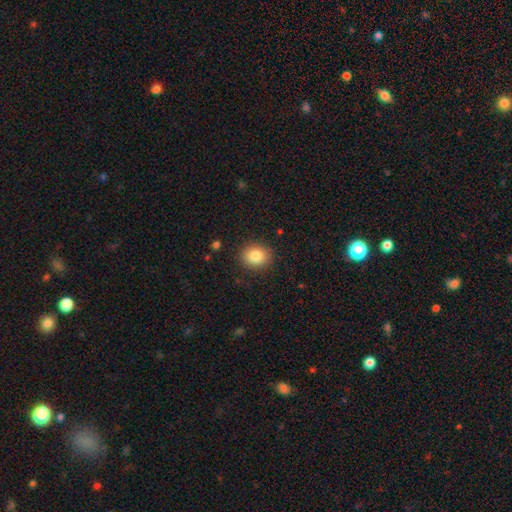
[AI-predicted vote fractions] Smooth or featured: smooth — 84% (star or artifact — 9%)
How rounded: round — 62% (in between — 37%)
Merging: none — 88% (minor disturbance — 9%)